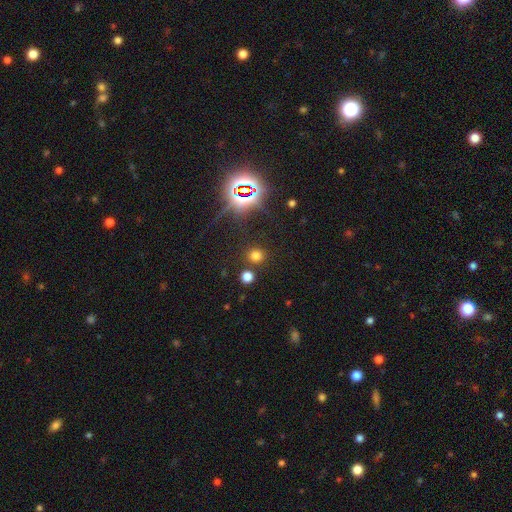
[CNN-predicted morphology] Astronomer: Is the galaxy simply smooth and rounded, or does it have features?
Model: smooth — 67%.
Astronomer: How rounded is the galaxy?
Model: round — 90%.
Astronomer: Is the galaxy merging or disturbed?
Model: none — 84%.